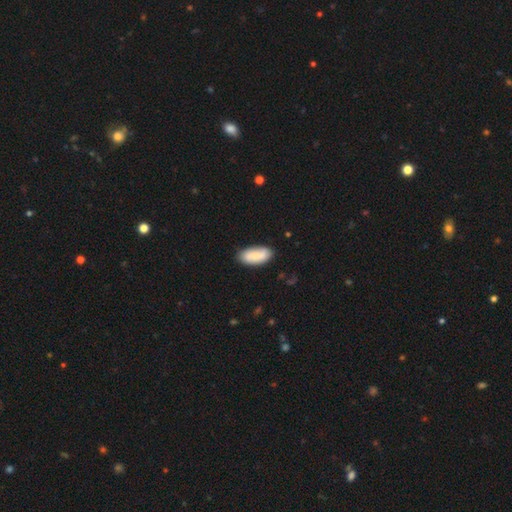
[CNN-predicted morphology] A smooth galaxy with no disk features (84%) that is in between round and cigar-shaped (89%).

Vote fractions:
- Smooth or featured? smooth: 84% / featured or disk: 10% / star or artifact: 6%
- How rounded? in between: 89% / cigar-shaped: 9% / round: 2%
- Merging? none: 81% / minor disturbance: 15% / major disturbance: 3% / merger: 2%